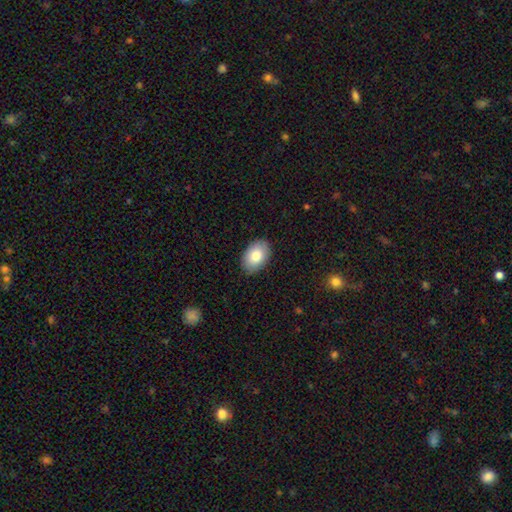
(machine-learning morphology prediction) This appears to be a smooth galaxy with no disk features (83%) that is in between round and cigar-shaped (90%). Merging: none (87%).